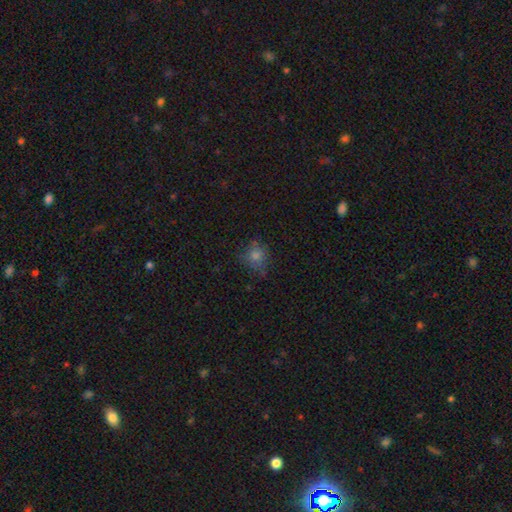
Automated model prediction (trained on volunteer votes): Morphology: type=smooth (74%); roundness=round (83%); merging=none (71%).